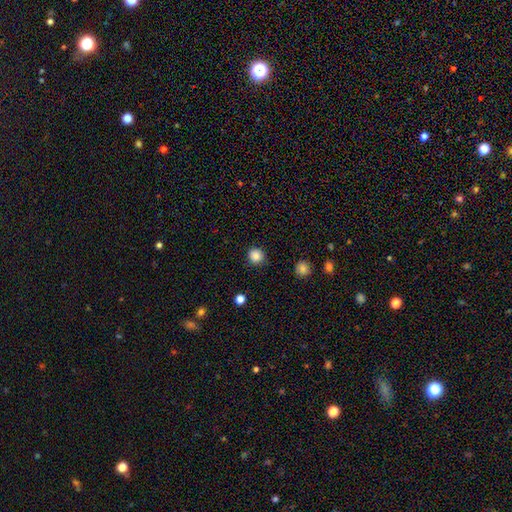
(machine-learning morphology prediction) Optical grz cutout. It shows a smooth galaxy with no disk features (86%) that is round (93%). Merging: none (88%).